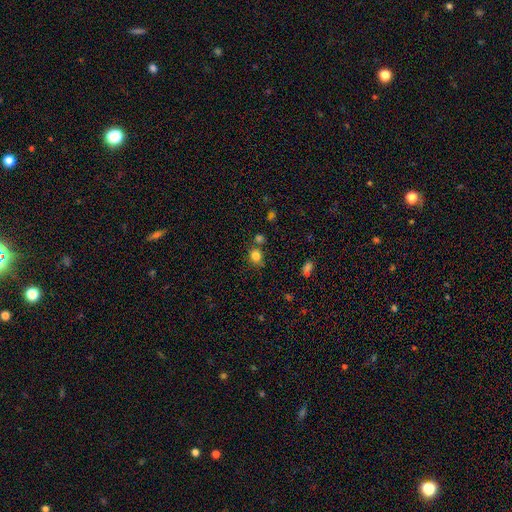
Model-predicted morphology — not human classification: The model was most divided on "how rounded": round: 73%, in between: 26%, cigar-shaped: 1%. More confident: smooth or featured — smooth (80%); merging — none (73%).